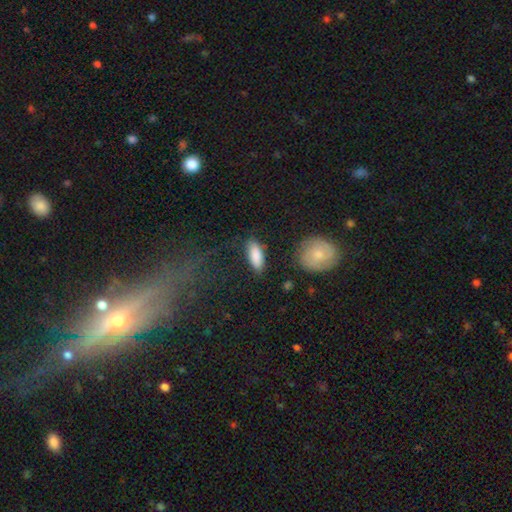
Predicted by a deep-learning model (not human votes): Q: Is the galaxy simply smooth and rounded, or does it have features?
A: smooth — 88%.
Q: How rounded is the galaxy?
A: in between — 76%.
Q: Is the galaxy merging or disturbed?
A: none — 81%.